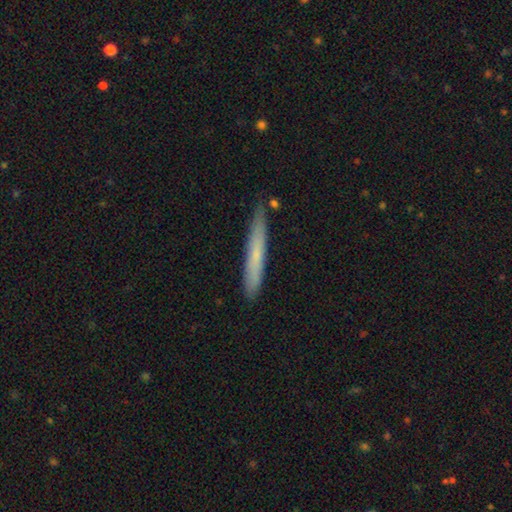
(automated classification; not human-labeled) Smooth or featured? Predicted: smooth (p=0.61). How rounded? Predicted: cigar-shaped (p=0.96). Merging? Predicted: none (p=0.85).